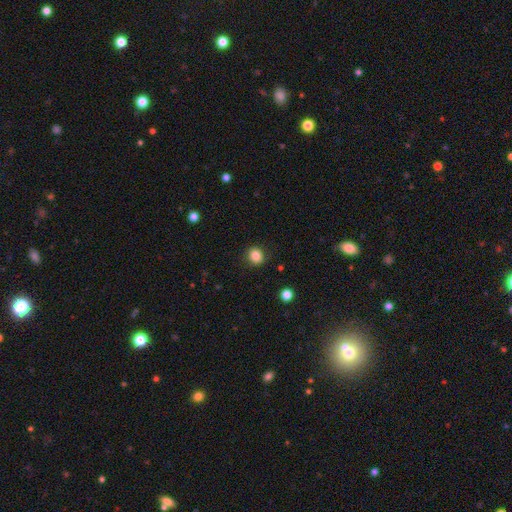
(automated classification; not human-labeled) Q: Smooth or featured?
A: smooth (84%); runner-up: star or artifact (11%)
Q: How rounded?
A: round (84%); runner-up: in between (15%)
Q: Merging?
A: none (88%); runner-up: minor disturbance (8%)